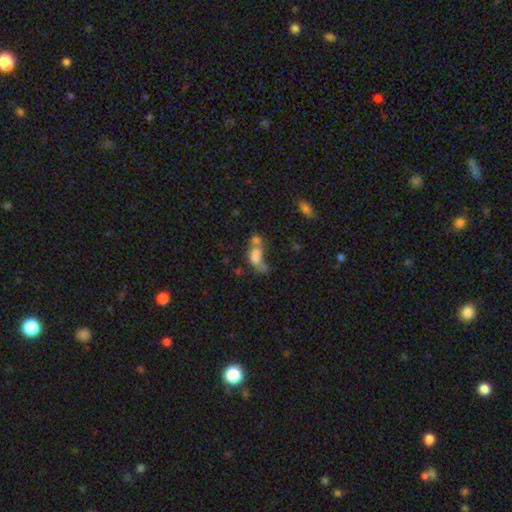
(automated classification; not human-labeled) smooth-or-featured: smooth: 62% | featured or disk: 24% | star or artifact: 14%
  how-rounded: in between: 78% | round: 13% | cigar-shaped: 9%
  merging: merger: 57% | none: 17% | major disturbance: 16% | minor disturbance: 11%